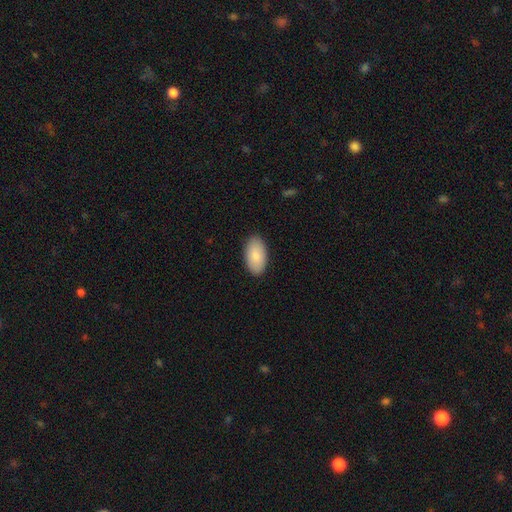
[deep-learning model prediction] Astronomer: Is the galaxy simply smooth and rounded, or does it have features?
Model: smooth — 87%.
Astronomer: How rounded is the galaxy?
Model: in between — 96%.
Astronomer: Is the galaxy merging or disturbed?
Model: none — 89%.